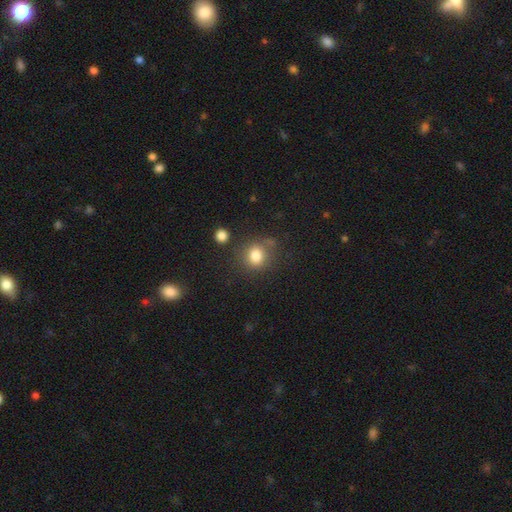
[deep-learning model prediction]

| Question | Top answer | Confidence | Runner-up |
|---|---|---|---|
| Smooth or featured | smooth | 81% | star or artifact (12%) |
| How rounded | round | 81% | in between (18%) |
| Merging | none | 72% | minor disturbance (15%) |